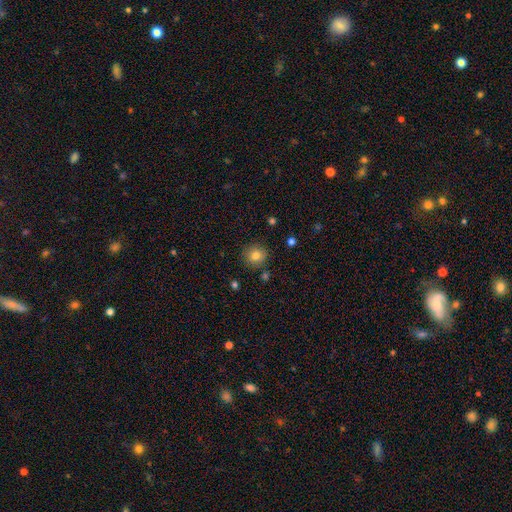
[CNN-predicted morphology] smooth 82%, star or artifact 11%, featured or disk 8%. Down the decision tree: how rounded — round (91%); merging — none (87%).